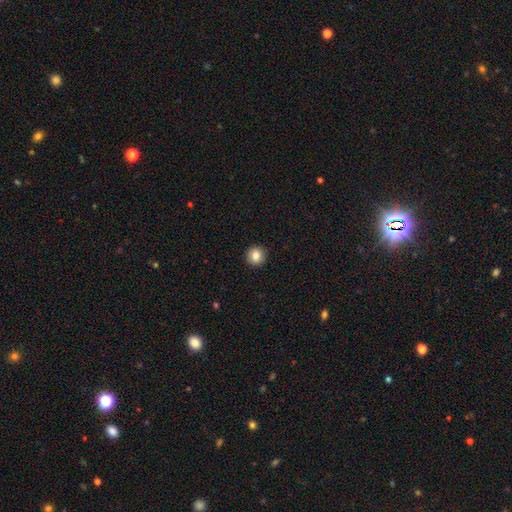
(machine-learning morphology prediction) The model was most divided on "smooth or featured": smooth: 84%, star or artifact: 10%, featured or disk: 7%. More confident: how rounded — round (93%); merging — none (93%).